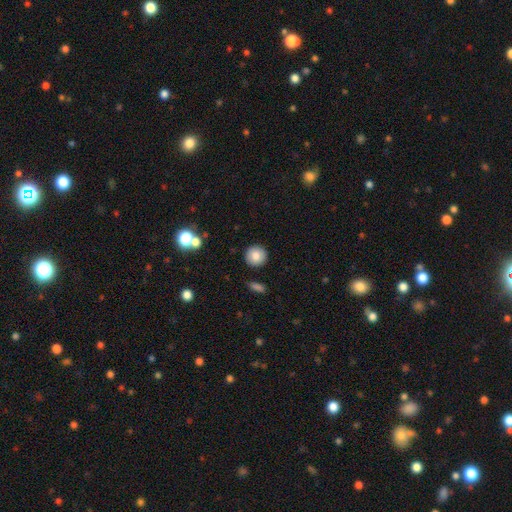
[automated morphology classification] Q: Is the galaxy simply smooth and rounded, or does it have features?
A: smooth — 83%.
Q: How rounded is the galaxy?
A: round — 93%.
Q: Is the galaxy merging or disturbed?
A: none — 89%.